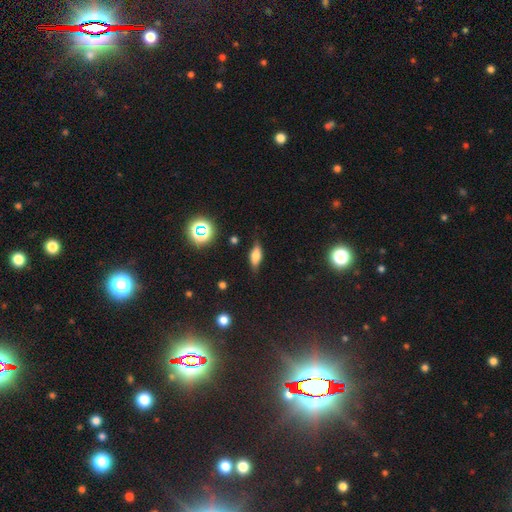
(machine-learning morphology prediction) Smooth or featured? Predicted: smooth (p=0.61). How rounded? Predicted: in between (p=0.69). Merging? Predicted: none (p=0.76).